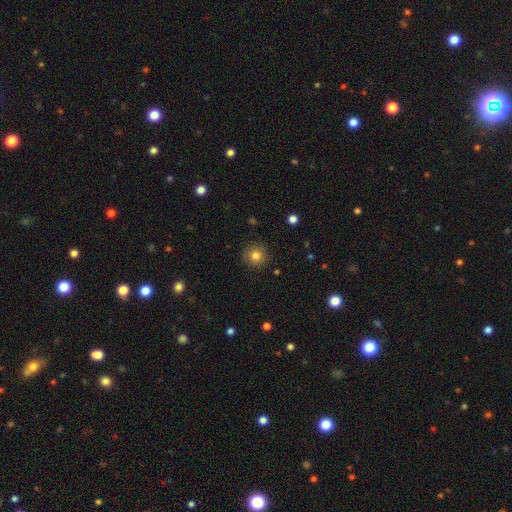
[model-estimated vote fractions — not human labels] This appears to be a smooth galaxy with no disk features (81%) that is round (95%). Merging: none (90%).